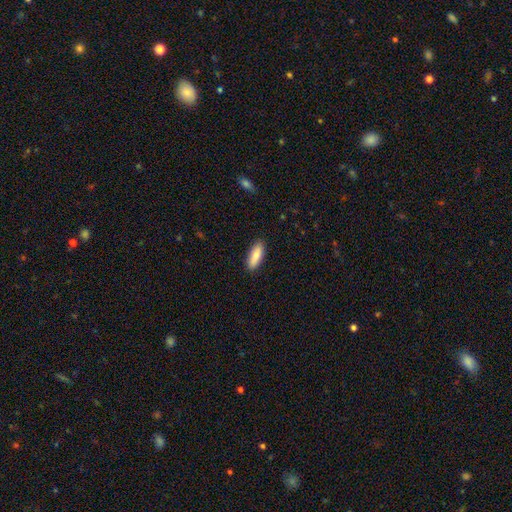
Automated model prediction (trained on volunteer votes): A smooth galaxy with no disk features (86%) that is in between round and cigar-shaped (66%).

Vote fractions:
- Smooth or featured? smooth: 86% / featured or disk: 8% / star or artifact: 6%
- How rounded? in between: 66% / cigar-shaped: 33% / round: 2%
- Merging? none: 89% / minor disturbance: 8% / major disturbance: 2% / merger: 1%